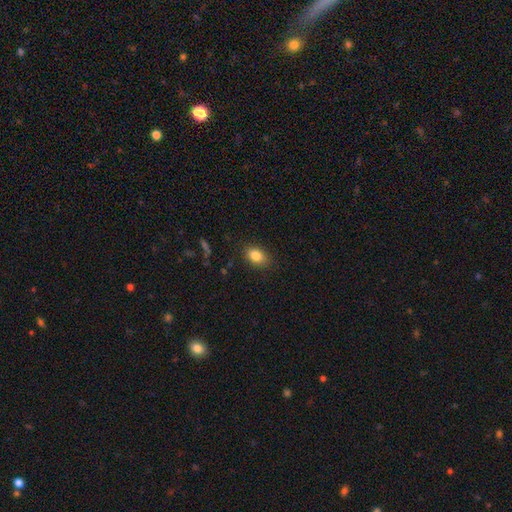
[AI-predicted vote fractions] A smooth galaxy with no disk features (84%) that is in between round and cigar-shaped (80%).

Vote fractions:
- Smooth or featured? smooth: 84% / star or artifact: 9% / featured or disk: 7%
- How rounded? in between: 80% / round: 18% / cigar-shaped: 1%
- Merging? none: 86% / minor disturbance: 11% / major disturbance: 3% / merger: 1%